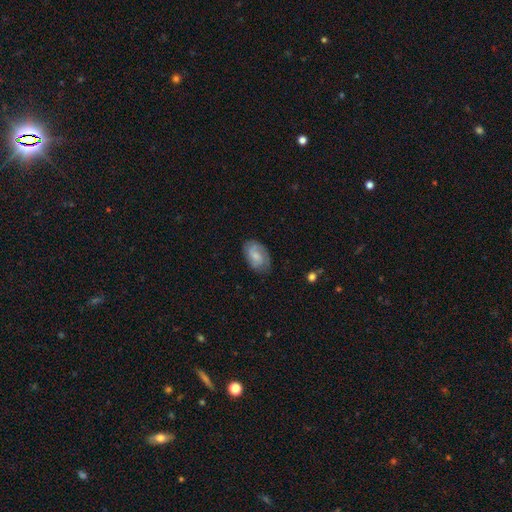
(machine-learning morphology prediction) A smooth galaxy with no disk features (53%) that is in between round and cigar-shaped (90%).

Vote fractions:
- Smooth or featured? smooth: 53% / featured or disk: 40% / star or artifact: 7%
- How rounded? in between: 90% / round: 9% / cigar-shaped: 2%
- Merging? none: 70% / minor disturbance: 22% / major disturbance: 6% / merger: 1%